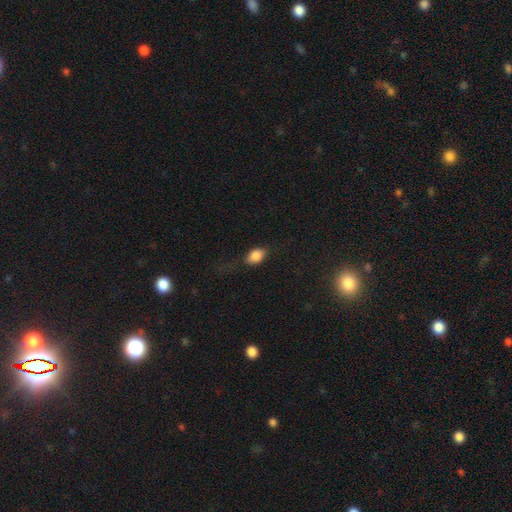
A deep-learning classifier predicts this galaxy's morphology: smooth 82%, featured or disk 9%, star or artifact 9%. Down the decision tree: how rounded — in between (79%); merging — none (64%).